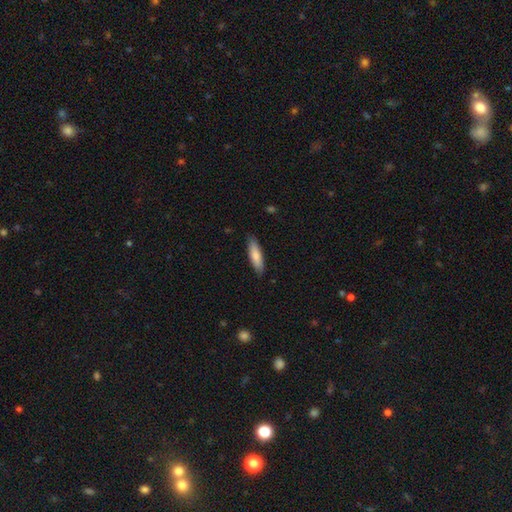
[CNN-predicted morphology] Smooth or featured: smooth — 80% (featured or disk — 15%)
How rounded: cigar-shaped — 68% (in between — 31%)
Merging: none — 87% (minor disturbance — 10%)